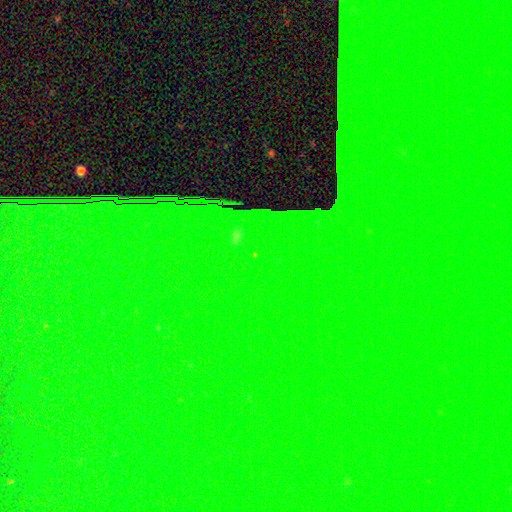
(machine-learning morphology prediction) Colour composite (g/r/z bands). It shows a star or artifact, not a galaxy (85%).